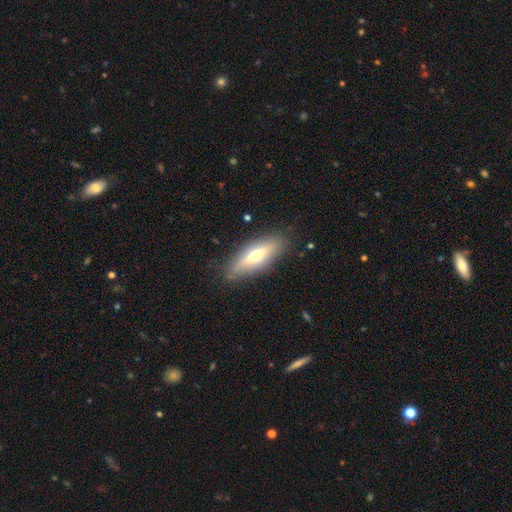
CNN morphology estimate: This appears to be a smooth galaxy with no disk features (49%). Merging: none (83%).